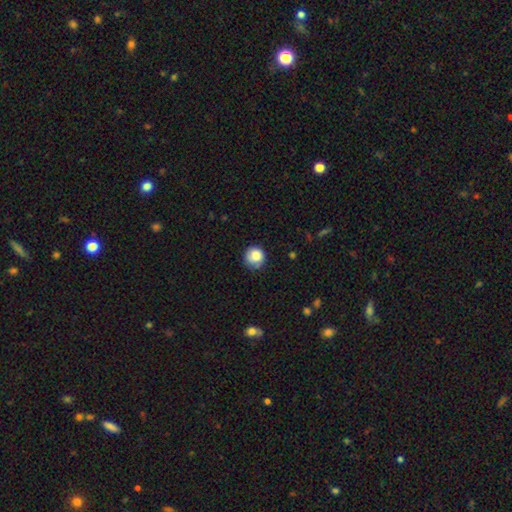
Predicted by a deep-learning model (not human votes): Overall: smooth (82%). How rounded: round (90%). Merging: none (69%).